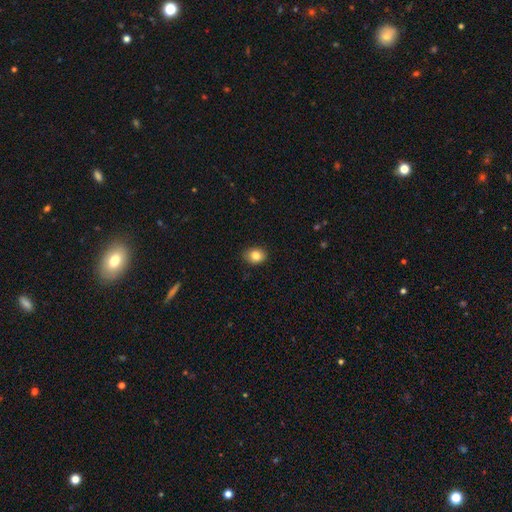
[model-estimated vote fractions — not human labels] Overall: smooth (84%). How rounded: in between (53%; round 46%). Merging: none (87%).